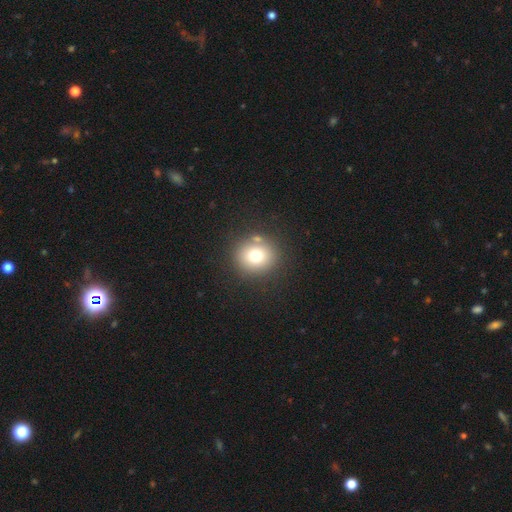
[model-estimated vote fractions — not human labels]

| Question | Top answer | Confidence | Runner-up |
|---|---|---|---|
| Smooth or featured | smooth | 74% | star or artifact (14%) |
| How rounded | round | 88% | in between (11%) |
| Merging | none | 82% | minor disturbance (8%) |